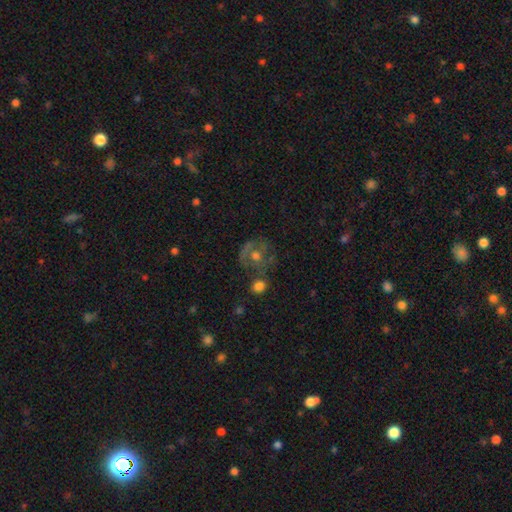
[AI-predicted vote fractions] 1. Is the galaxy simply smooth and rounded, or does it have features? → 52% featured or disk, 32% smooth, 16% star or artifact.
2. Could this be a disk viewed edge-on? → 96% no, 4% yes.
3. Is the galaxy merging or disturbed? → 57% none, 18% minor disturbance, 13% major disturbance, 11% merger.